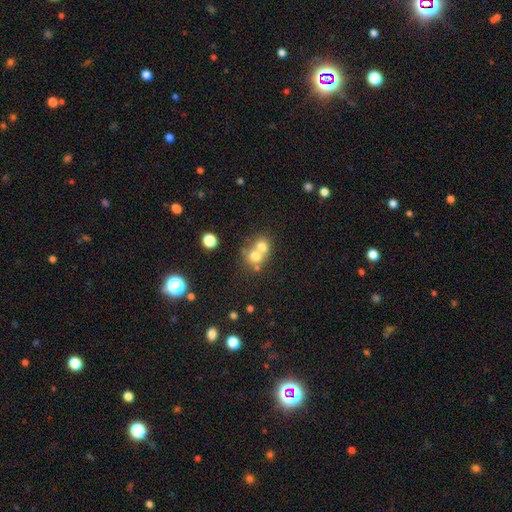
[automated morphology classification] This appears to be a smooth galaxy with no disk features (68%) that is round (77%). Merging: merger (62%).